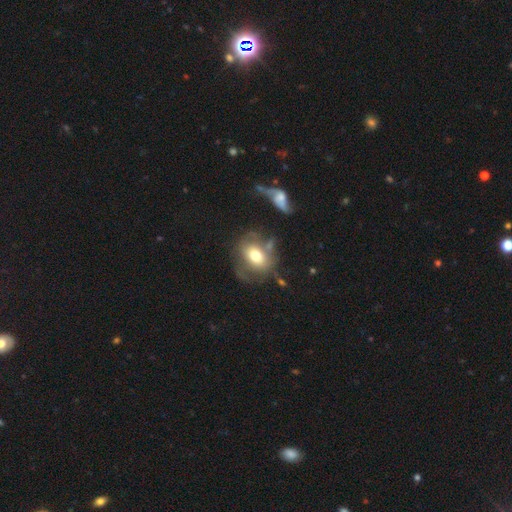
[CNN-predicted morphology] smooth-or-featured: smooth: 64% | featured or disk: 27% | star or artifact: 9%
  how-rounded: in between: 53% | round: 46% | cigar-shaped: 1%
  merging: none: 45% | minor disturbance: 23% | major disturbance: 21% | merger: 11%